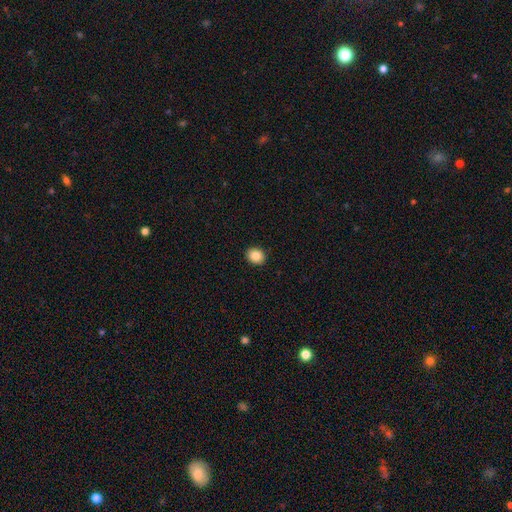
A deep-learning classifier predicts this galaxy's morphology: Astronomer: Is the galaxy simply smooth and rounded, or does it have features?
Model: smooth — 85%.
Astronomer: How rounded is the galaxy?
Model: round — 64%.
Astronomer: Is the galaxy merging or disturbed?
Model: none — 92%.